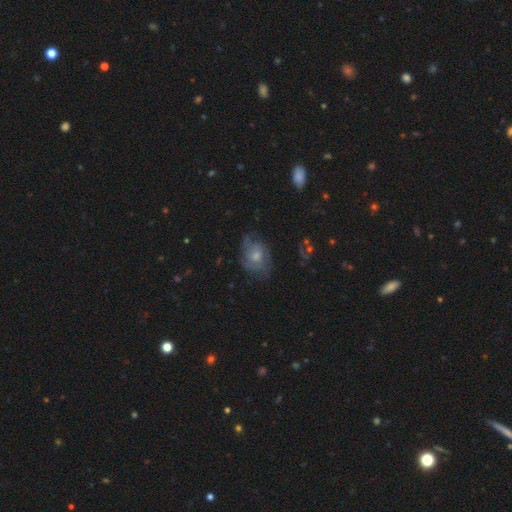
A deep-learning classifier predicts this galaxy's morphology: smooth-or-featured: featured or disk: 54% | smooth: 37% | star or artifact: 9%
  disk-edge-on: no: 96% | yes: 4%
    bar: no: 70% | weak: 27% | strong: 3%
    has-spiral-arms: yes: 72% | no: 28%
    bulge-size: moderate: 48% | small: 38% | none: 7% | large: 5% | dominant: 1%
  merging: none: 54% | minor disturbance: 26% | major disturbance: 17% | merger: 2%